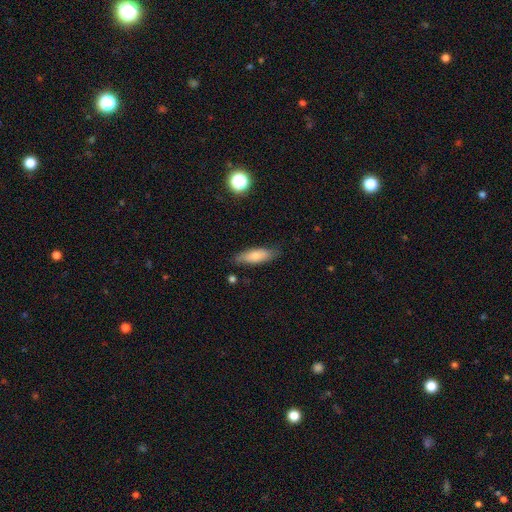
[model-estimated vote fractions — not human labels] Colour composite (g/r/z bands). It shows a smooth galaxy with no disk features (76%) that is in between round and cigar-shaped (57%). Merging: none (79%).